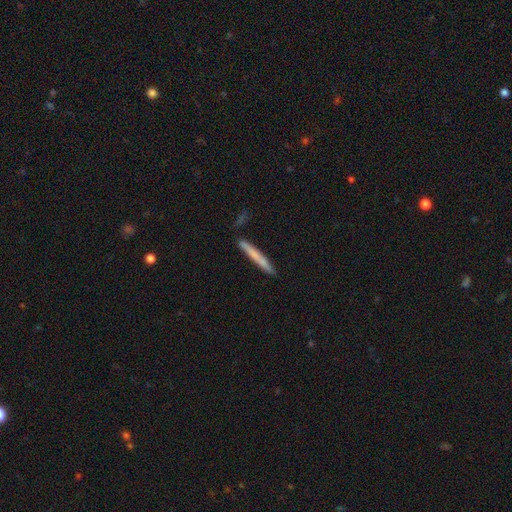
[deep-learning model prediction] Smooth or featured? smooth (65%)
How rounded? cigar-shaped (97%)
Merging? none (87%)